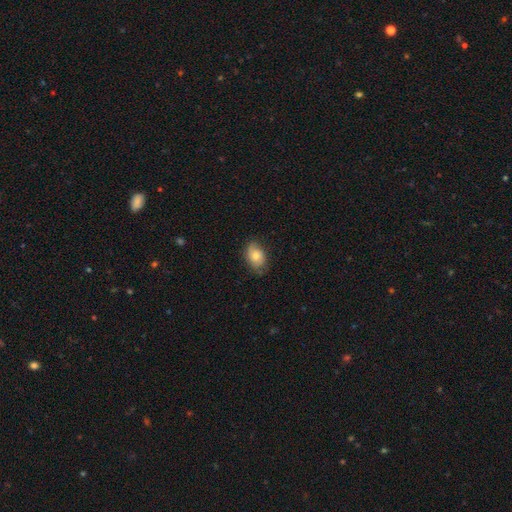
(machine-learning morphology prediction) Smooth or featured?
  - smooth: 67% *
  - featured or disk: 25%
  - star or artifact: 8%
How rounded?
  - in between: 81% *
  - round: 18%
  - cigar-shaped: 1%
Merging?
  - none: 71% *
  - minor disturbance: 23%
  - major disturbance: 5%
  - merger: 1%